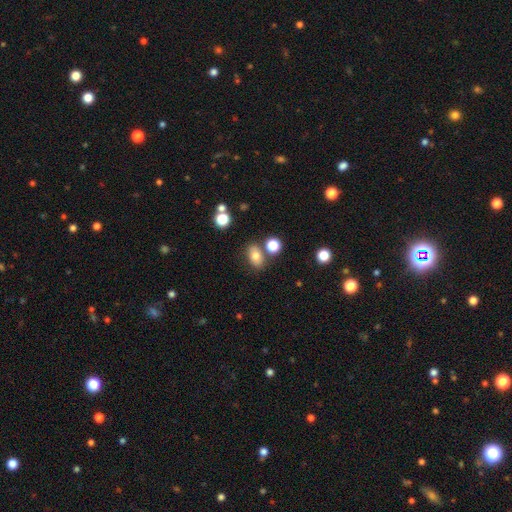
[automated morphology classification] This appears to be a smooth galaxy with no disk features (77%) that is in between round and cigar-shaped (78%). Merging: none (72%).